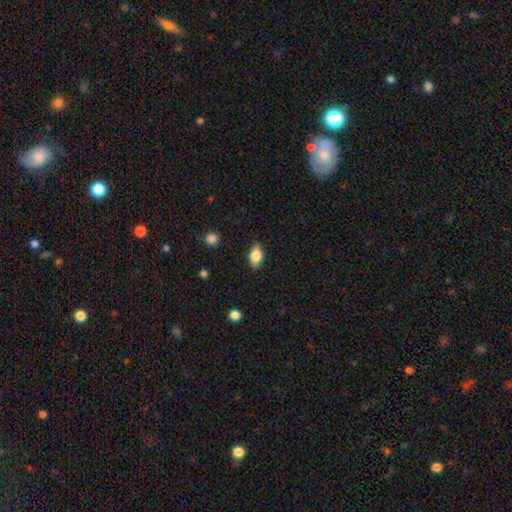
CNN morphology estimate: This is clearly a smooth galaxy (81%). How rounded: clearly in between (89%). Merging: clearly none (85%).